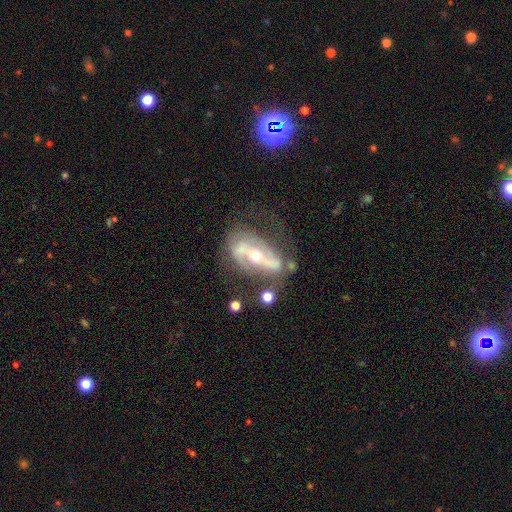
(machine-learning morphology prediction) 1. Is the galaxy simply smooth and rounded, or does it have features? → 82% featured or disk, 11% smooth, 7% star or artifact.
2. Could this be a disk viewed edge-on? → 91% no, 9% yes.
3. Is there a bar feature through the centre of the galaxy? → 53% strong, 25% no, 22% weak.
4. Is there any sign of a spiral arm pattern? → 81% yes, 19% no.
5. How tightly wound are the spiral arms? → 39% medium, 35% loose, 26% tight.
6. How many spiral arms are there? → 79% 2, 13% can't tell, 3% 1, 3% 3, 1% 4, 1% more than 4.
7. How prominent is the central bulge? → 50% small, 46% moderate, 2% large, 1% dominant, 1% none.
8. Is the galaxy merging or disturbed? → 54% none, 22% minor disturbance, 18% major disturbance, 6% merger.